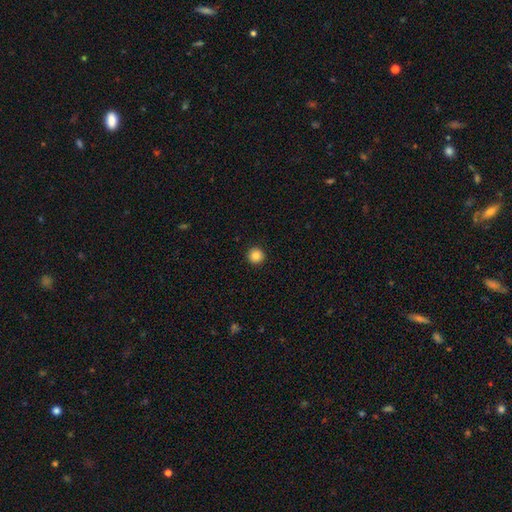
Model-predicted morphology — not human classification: Overall: smooth (85%). How rounded: round (96%). Merging: none (94%).